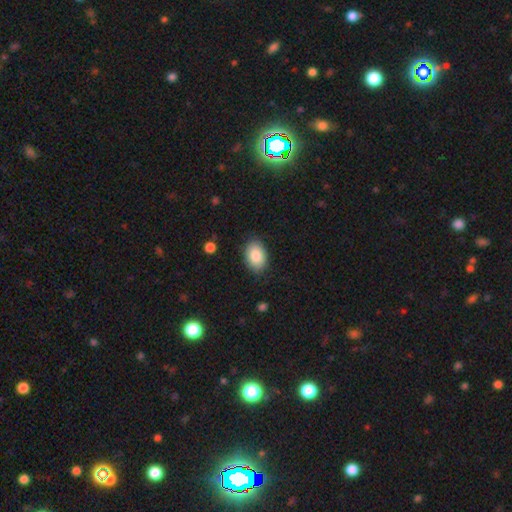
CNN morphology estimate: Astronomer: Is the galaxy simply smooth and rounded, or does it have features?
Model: smooth — 85%.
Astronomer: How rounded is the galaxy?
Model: in between — 87%.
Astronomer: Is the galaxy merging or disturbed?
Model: none — 85%.